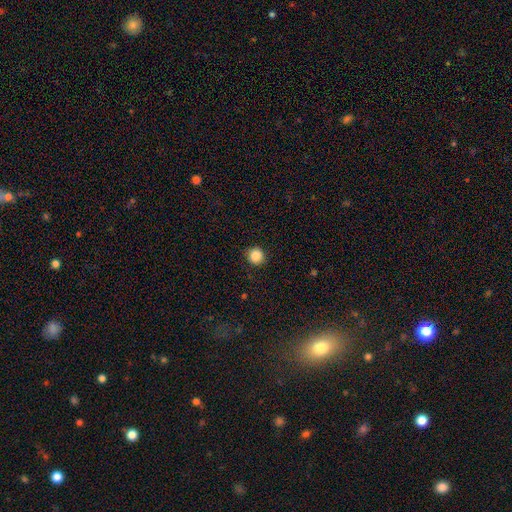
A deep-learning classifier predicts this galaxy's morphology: This is clearly a smooth galaxy (86%). How rounded: clearly round (94%). Merging: clearly none (92%).